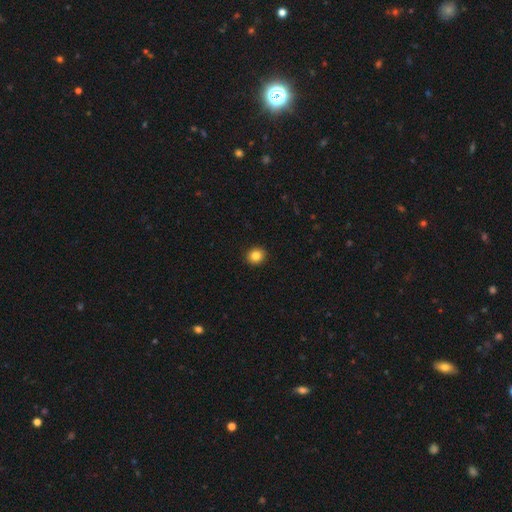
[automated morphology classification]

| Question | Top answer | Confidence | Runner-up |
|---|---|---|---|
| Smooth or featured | smooth | 84% | star or artifact (10%) |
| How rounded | round | 83% | in between (16%) |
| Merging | none | 93% | minor disturbance (5%) |